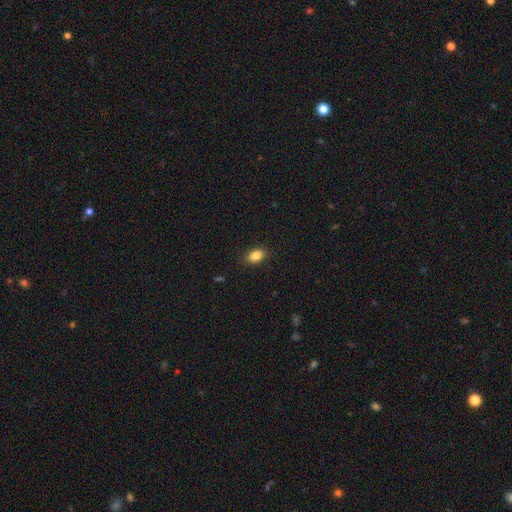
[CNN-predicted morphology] smooth_or_featured: smooth (p=0.85) [alt: star or artifact p=0.09]
how_rounded: in between (p=0.83) [alt: round p=0.15]
merging: none (p=0.87) [alt: minor disturbance p=0.09]